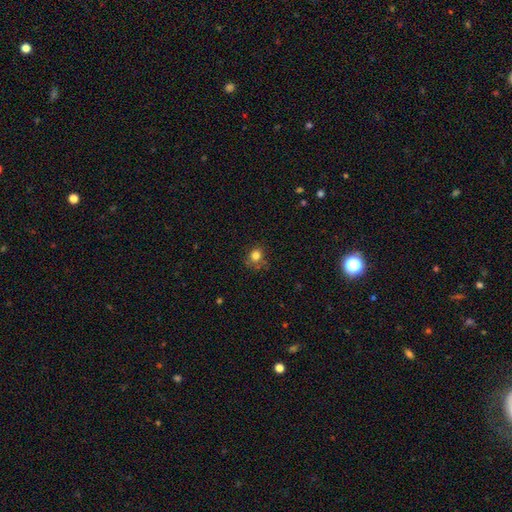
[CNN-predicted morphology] A smooth galaxy with no disk features (81%) that is round (78%). Merging: none (72%).